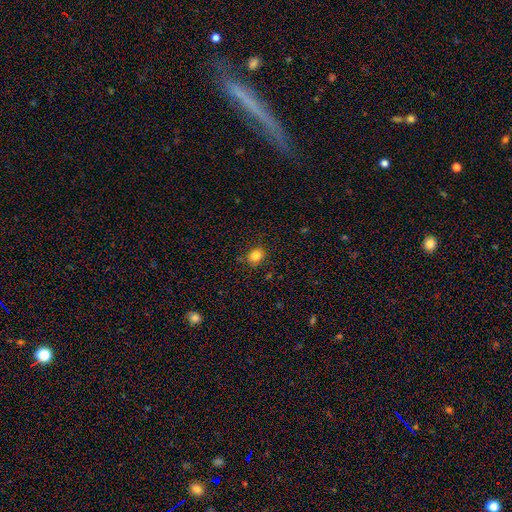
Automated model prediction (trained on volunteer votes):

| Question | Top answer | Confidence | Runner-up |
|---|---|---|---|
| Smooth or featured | smooth | 83% | star or artifact (11%) |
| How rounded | round | 63% | in between (36%) |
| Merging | none | 84% | minor disturbance (11%) |